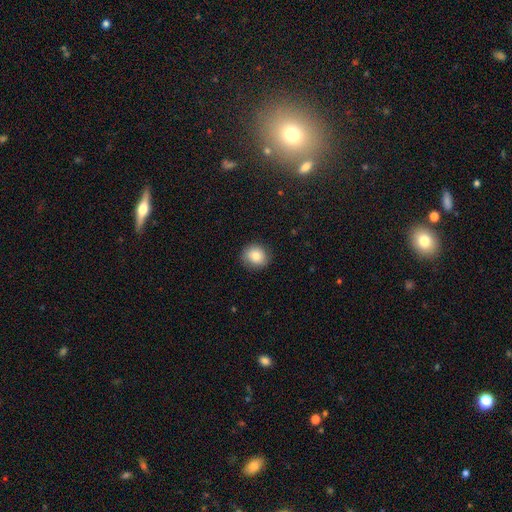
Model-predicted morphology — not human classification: A smooth galaxy with no disk features (82%) that is round (81%).

Vote fractions:
- Smooth or featured? smooth: 82% / featured or disk: 9% / star or artifact: 9%
- How rounded? round: 81% / in between: 18% / cigar-shaped: 1%
- Merging? none: 86% / minor disturbance: 10% / major disturbance: 3% / merger: 1%